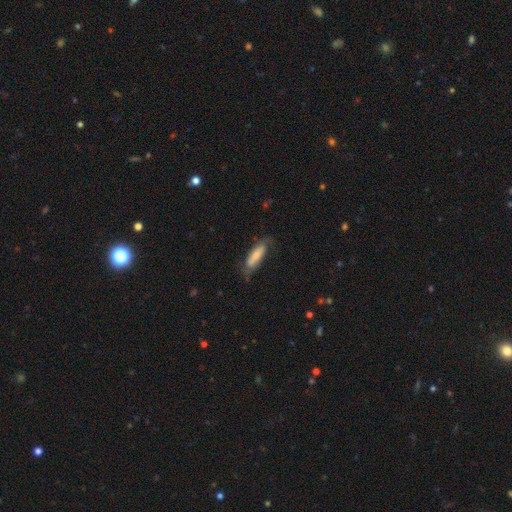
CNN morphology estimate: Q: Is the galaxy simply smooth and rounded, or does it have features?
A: smooth — 68%.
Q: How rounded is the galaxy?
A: cigar-shaped — 56%.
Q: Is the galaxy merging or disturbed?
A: none — 64%.